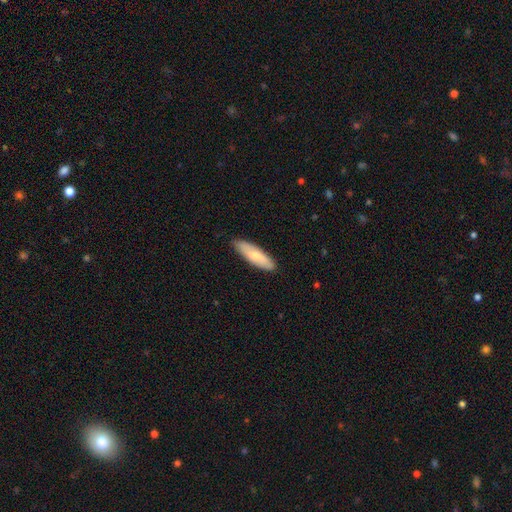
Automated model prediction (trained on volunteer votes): A smooth galaxy with no disk features (70%) that is cigar-shaped (49%, tied with in between).

Vote fractions:
- Smooth or featured? smooth: 70% / featured or disk: 25% / star or artifact: 5%
- How rounded? cigar-shaped: 49% (tied) / in between: 49% (tied) / round: 2%
- Merging? none: 84% / minor disturbance: 13% / major disturbance: 2% / merger: 1%